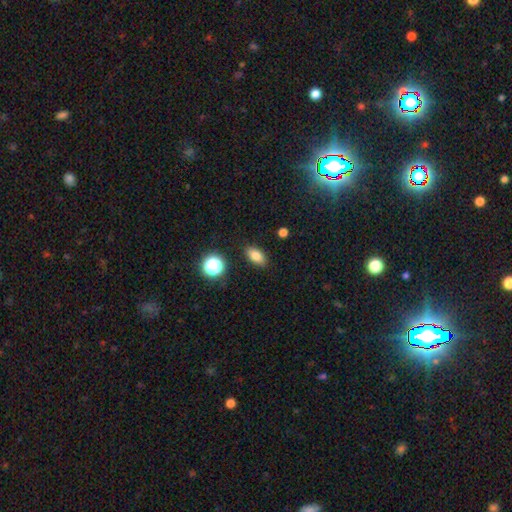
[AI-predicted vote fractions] Overall: smooth (81%). How rounded: in between (85%). Merging: none (87%).